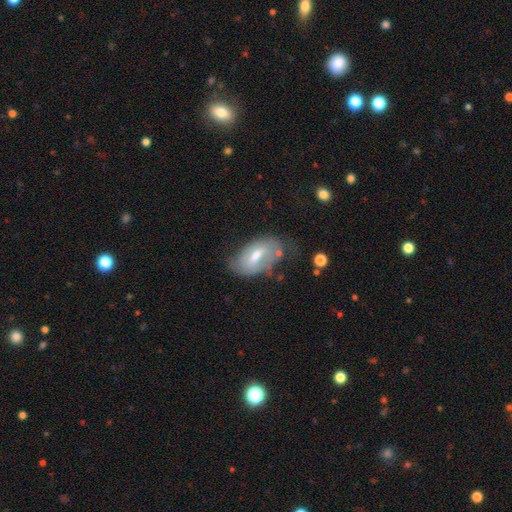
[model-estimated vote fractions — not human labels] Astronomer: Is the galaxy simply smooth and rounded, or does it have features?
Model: smooth — 48% (runner-up: featured or disk, 45%).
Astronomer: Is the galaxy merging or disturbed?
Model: none — 49% (runner-up: minor disturbance, 31%).